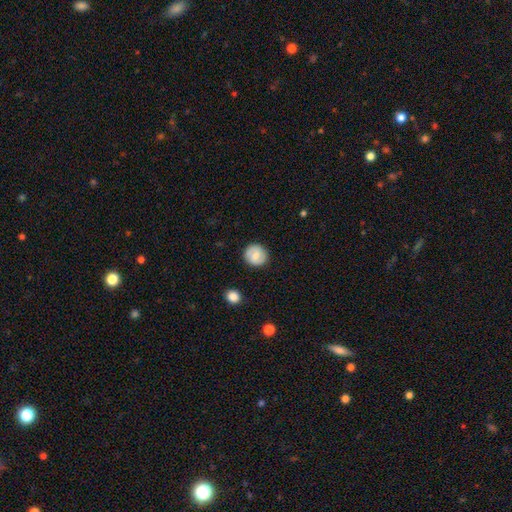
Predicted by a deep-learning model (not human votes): The model was most divided on "smooth or featured": smooth: 65%, featured or disk: 28%, star or artifact: 7%. More confident: how rounded — round (90%); merging — none (88%).